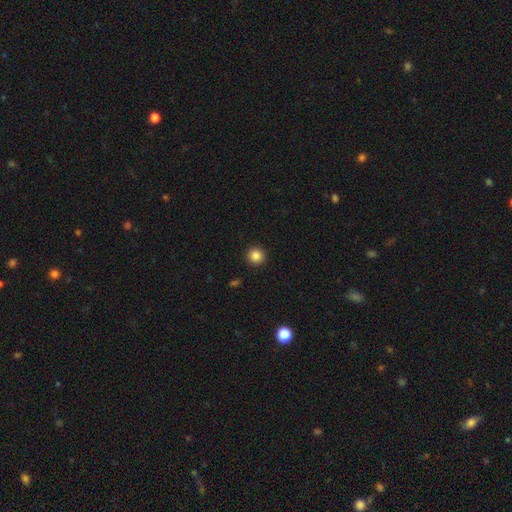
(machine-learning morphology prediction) Q: Smooth or featured?
A: smooth (86%); runner-up: star or artifact (10%)
Q: How rounded?
A: round (95%); runner-up: in between (4%)
Q: Merging?
A: none (93%); runner-up: minor disturbance (4%)